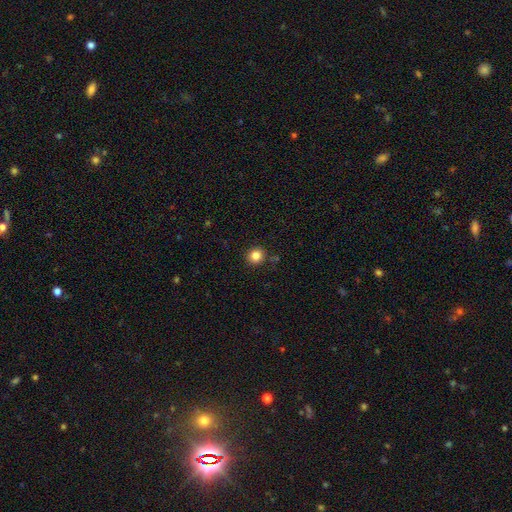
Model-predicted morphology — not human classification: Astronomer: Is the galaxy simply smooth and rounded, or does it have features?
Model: smooth — 84%.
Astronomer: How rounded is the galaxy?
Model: round — 89%.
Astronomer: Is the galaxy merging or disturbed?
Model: none — 88%.